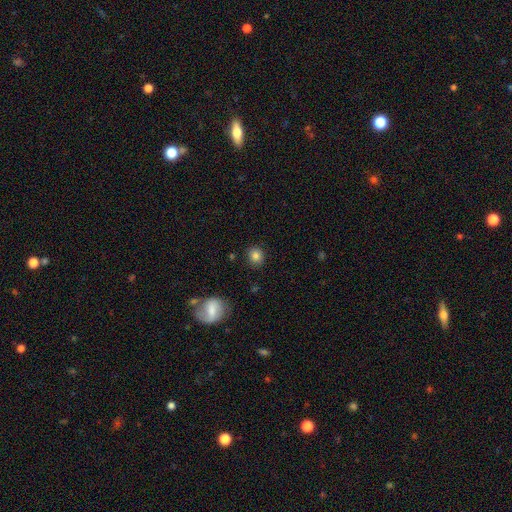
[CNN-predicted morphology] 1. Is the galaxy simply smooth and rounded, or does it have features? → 82% smooth, 11% star or artifact, 7% featured or disk.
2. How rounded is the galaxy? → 81% round, 18% in between, 1% cigar-shaped.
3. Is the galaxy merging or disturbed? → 88% none, 8% minor disturbance, 2% major disturbance, 2% merger.